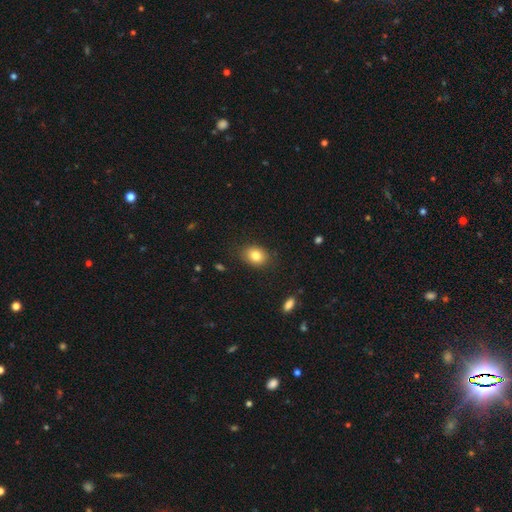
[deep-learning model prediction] Smooth or featured?
  - smooth: 82% *
  - star or artifact: 9%
  - featured or disk: 9%
How rounded?
  - in between: 66% *
  - round: 33%
  - cigar-shaped: 1%
Merging?
  - none: 84% *
  - minor disturbance: 12%
  - major disturbance: 3%
  - merger: 1%